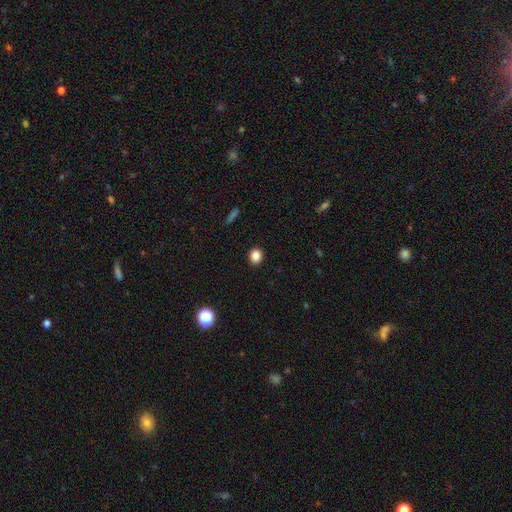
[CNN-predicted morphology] Overall: smooth (86%). How rounded: round (68%; in between 31%). Merging: none (91%).